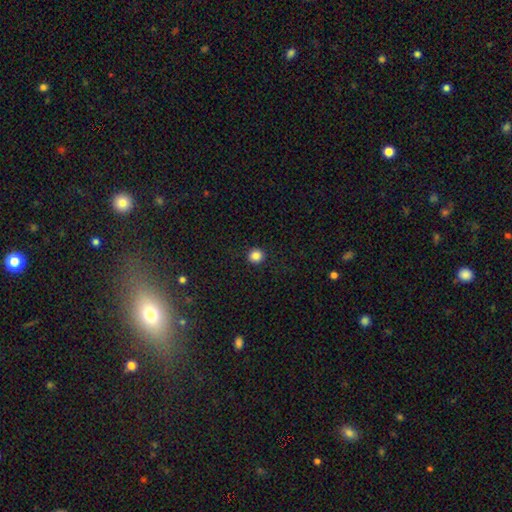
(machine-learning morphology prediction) Overall: smooth (86%). How rounded: round (92%). Merging: none (93%).